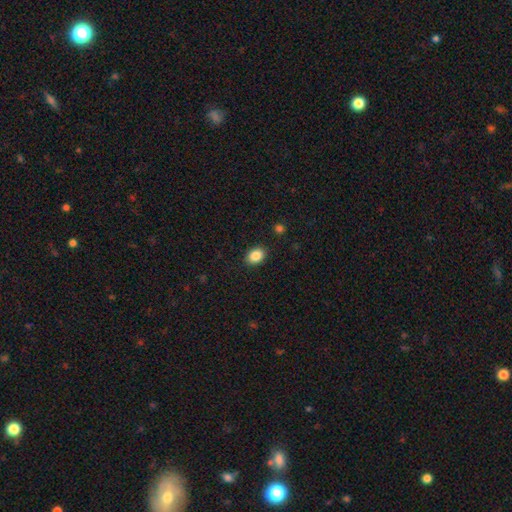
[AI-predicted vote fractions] Q: Smooth or featured?
A: smooth (87%); runner-up: star or artifact (8%)
Q: How rounded?
A: in between (73%); runner-up: round (26%)
Q: Merging?
A: none (89%); runner-up: minor disturbance (8%)